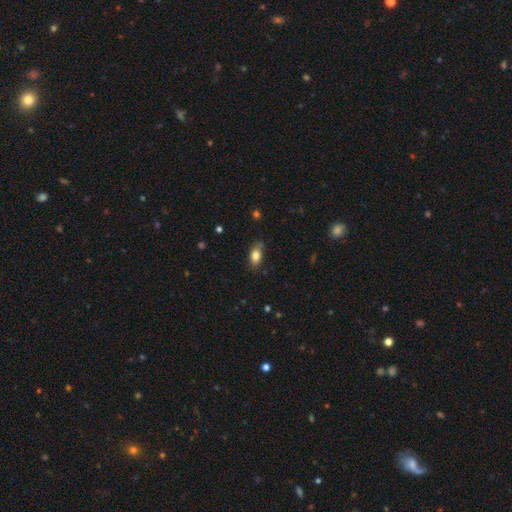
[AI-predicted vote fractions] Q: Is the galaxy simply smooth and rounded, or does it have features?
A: smooth — 81%.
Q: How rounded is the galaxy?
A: in between — 86%.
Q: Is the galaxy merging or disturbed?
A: none — 78%.